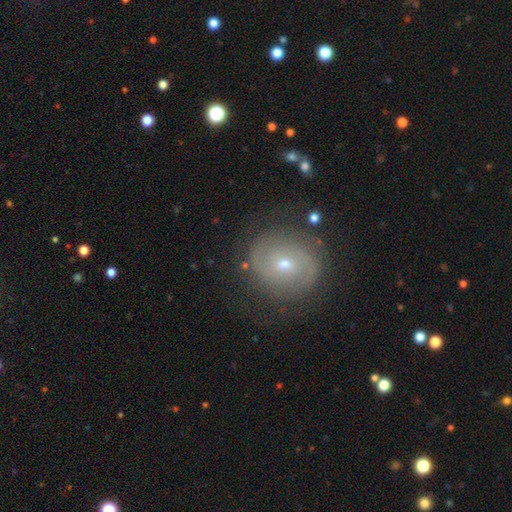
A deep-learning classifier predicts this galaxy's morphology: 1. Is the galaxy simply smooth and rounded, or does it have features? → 50% featured or disk, 29% smooth, 22% star or artifact.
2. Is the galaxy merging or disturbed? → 82% none, 11% minor disturbance, 6% major disturbance, 2% merger.